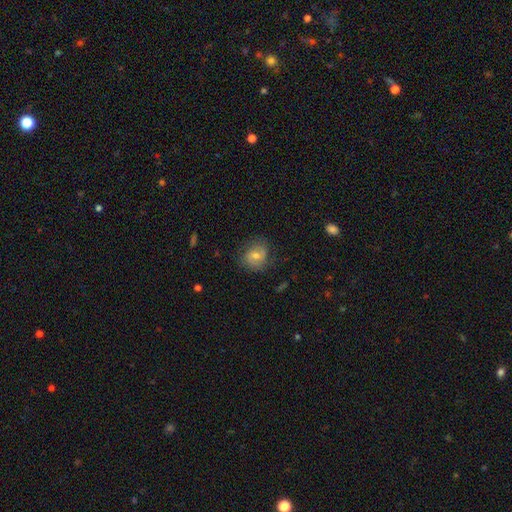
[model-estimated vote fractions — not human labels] This is possibly a featured or disk galaxy (49%). Merging: likely none (73%).